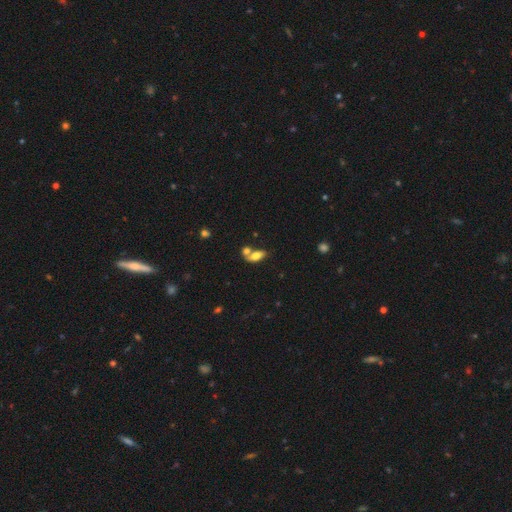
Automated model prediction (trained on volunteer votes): Smooth or featured? smooth (70%)
How rounded? in between (82%)
Merging? none (45%)